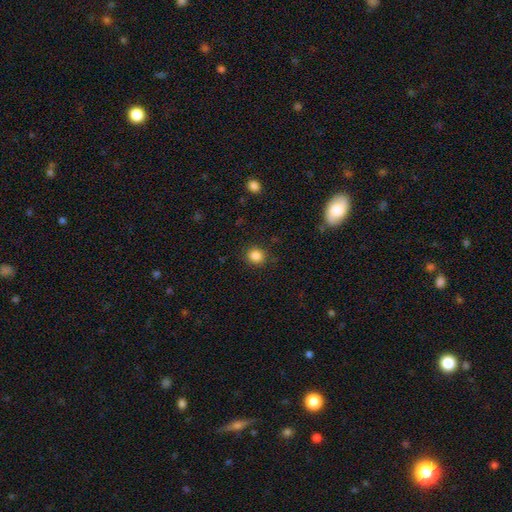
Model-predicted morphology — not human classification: The model was most divided on "how rounded": round: 84%, in between: 15%, cigar-shaped: 1%. More confident: merging — none (88%); smooth or featured — smooth (86%).